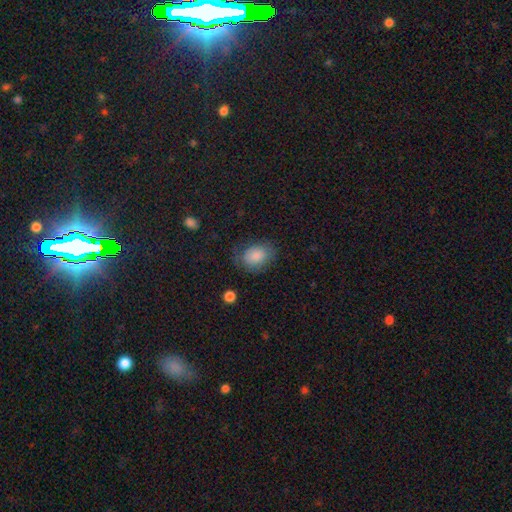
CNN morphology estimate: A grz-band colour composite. It shows a smooth galaxy with no disk features (82%) that is in between round and cigar-shaped (70%). Merging: none (65%).